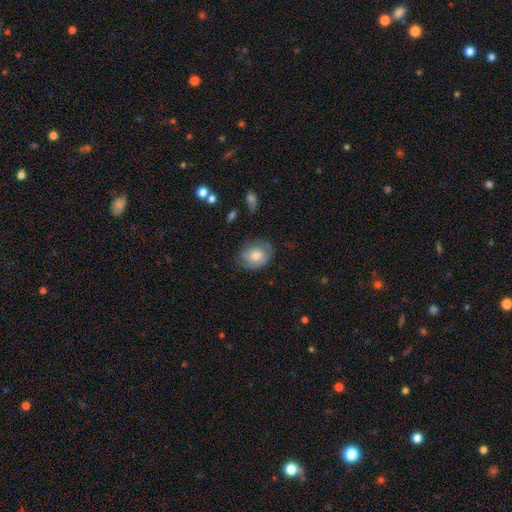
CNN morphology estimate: A smooth galaxy with no disk features (64%) that is round (53%). Merging: none (71%).